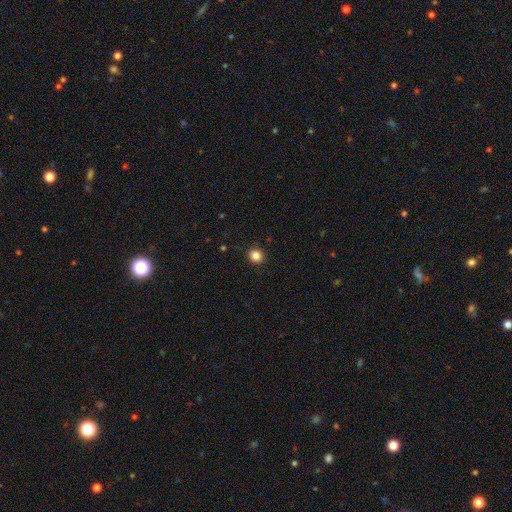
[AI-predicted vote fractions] Smooth or featured? smooth (85%)
How rounded? round (89%)
Merging? none (91%)